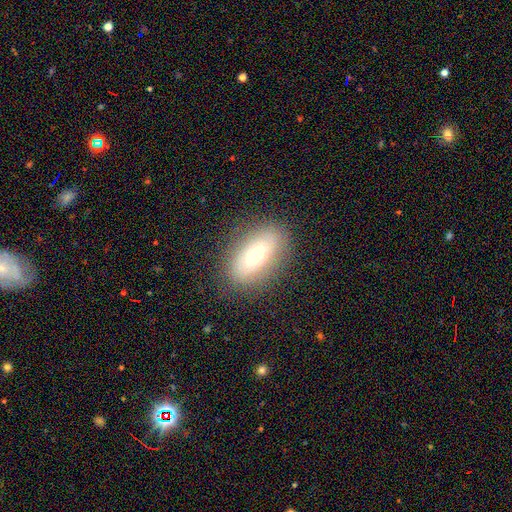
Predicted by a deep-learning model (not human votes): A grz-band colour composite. It shows a smooth galaxy with no disk features (59%) that is in between round and cigar-shaped (83%). Merging: none (83%).